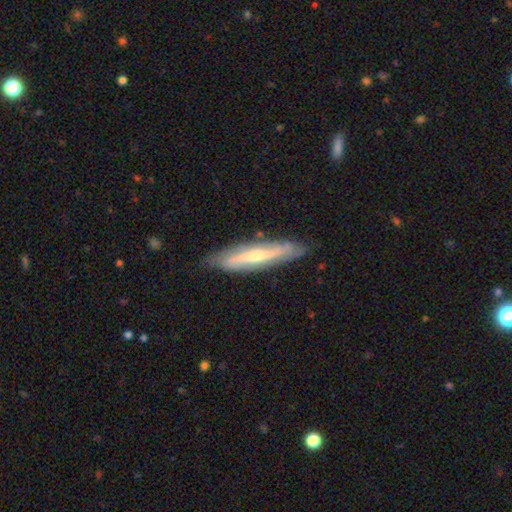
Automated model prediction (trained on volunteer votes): Morphology: type=featured or disk (69%); edge-on=yes (53%); merging=none (80%).